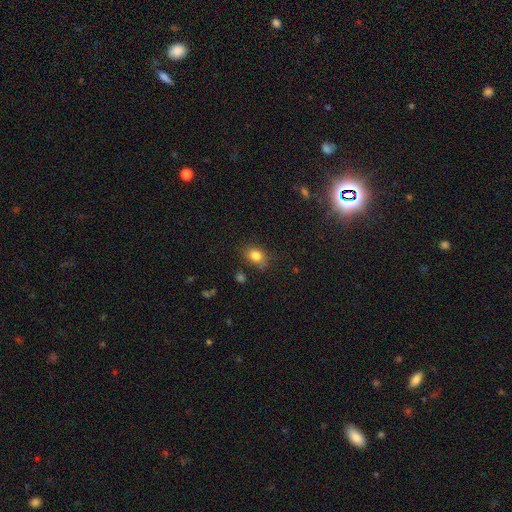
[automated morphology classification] Q: Smooth or featured?
A: smooth (82%); runner-up: star or artifact (11%)
Q: How rounded?
A: in between (65%); runner-up: round (34%)
Q: Merging?
A: none (71%); runner-up: minor disturbance (20%)